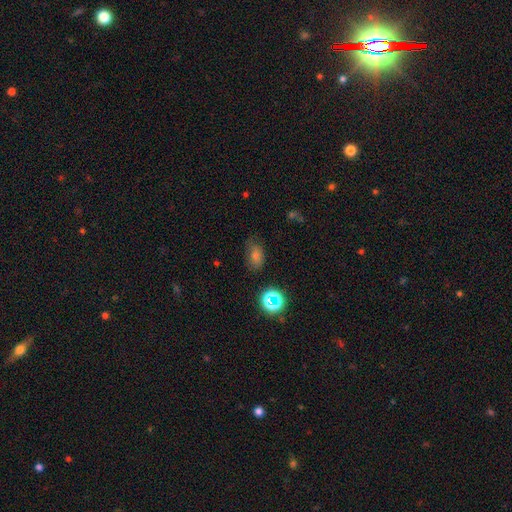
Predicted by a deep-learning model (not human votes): Smooth or featured: smooth — 64% (star or artifact — 23%)
How rounded: in between — 79% (round — 19%)
Merging: none — 66% (minor disturbance — 24%)